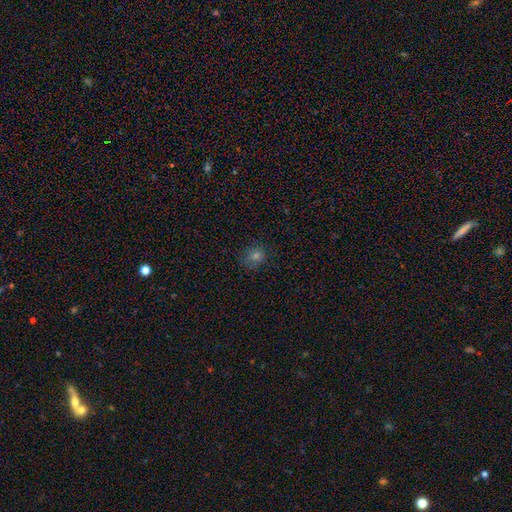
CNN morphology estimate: The model was most divided on "smooth or featured": smooth: 62%, star or artifact: 24%, featured or disk: 14%. More confident: how rounded — round (77%); merging — none (75%).